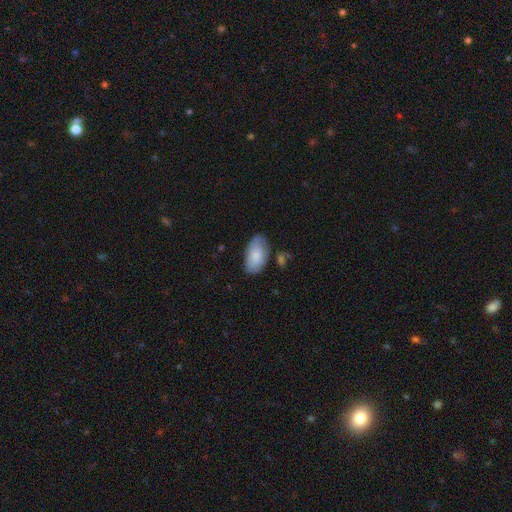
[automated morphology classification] A smooth galaxy with no disk features (80%) that is in between round and cigar-shaped (95%).

Vote fractions:
- Smooth or featured? smooth: 80% / featured or disk: 14% / star or artifact: 6%
- How rounded? in between: 95% / round: 3% / cigar-shaped: 2%
- Merging? none: 69% / minor disturbance: 22% / major disturbance: 5% / merger: 4%